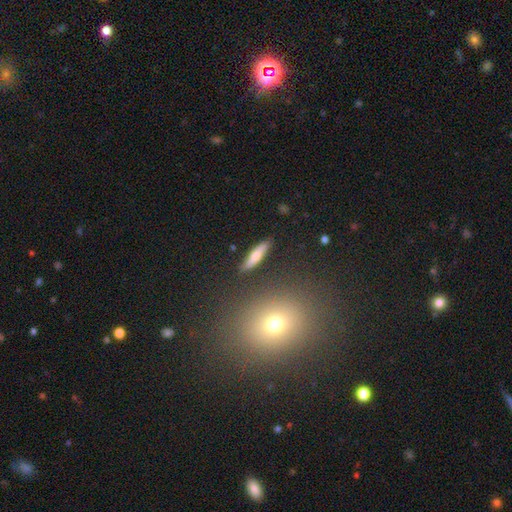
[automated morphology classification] A smooth galaxy with no disk features (63%) that is cigar-shaped (78%).

Vote fractions:
- Smooth or featured? smooth: 63% / featured or disk: 30% / star or artifact: 7%
- How rounded? cigar-shaped: 78% / in between: 19% / round: 3%
- Merging? none: 85% / minor disturbance: 10% / merger: 3% / major disturbance: 2%